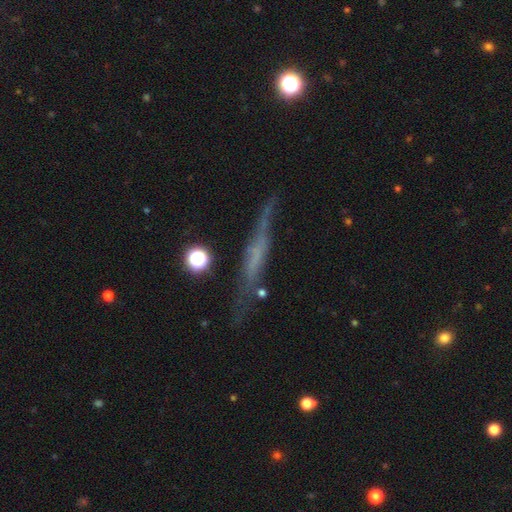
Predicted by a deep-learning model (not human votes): This is possibly a featured or disk galaxy (58%). It is clearly viewed edge-on (85%). Merging: likely none (64%).